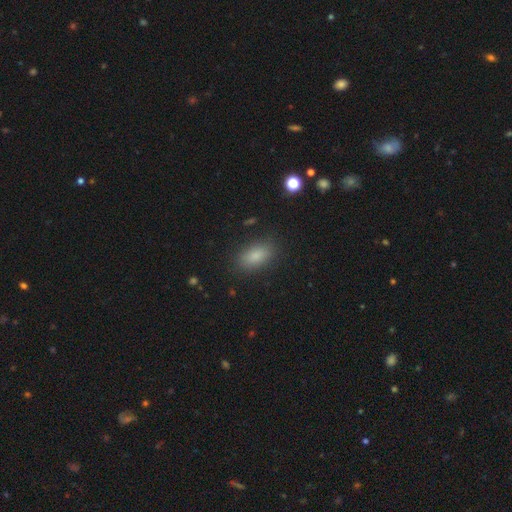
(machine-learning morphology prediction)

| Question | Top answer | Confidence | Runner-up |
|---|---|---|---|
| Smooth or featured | smooth | 84% | star or artifact (9%) |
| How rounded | in between | 87% | cigar-shaped (7%) |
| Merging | none | 85% | minor disturbance (10%) |